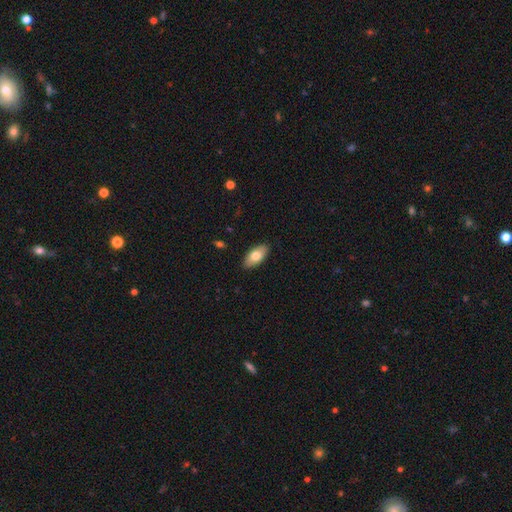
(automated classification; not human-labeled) Smooth or featured? smooth (74%)
How rounded? in between (91%)
Merging? none (89%)